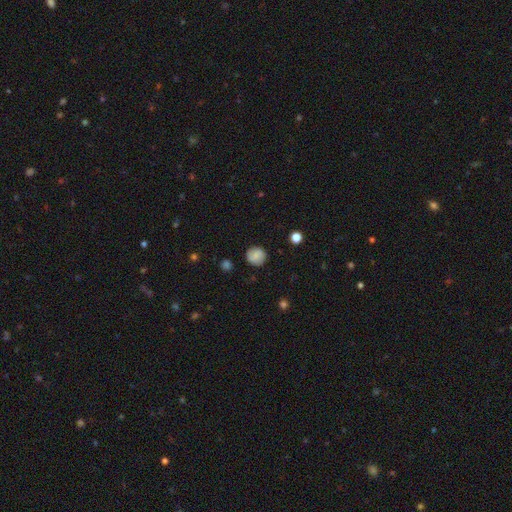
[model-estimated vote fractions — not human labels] A smooth galaxy with no disk features (73%) that is round (89%). Merging: none (84%).